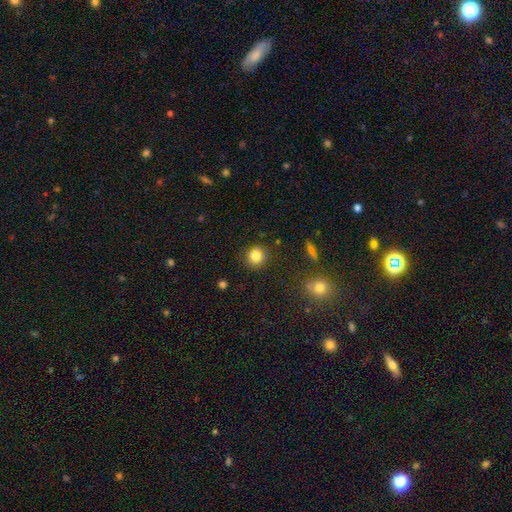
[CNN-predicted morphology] This is clearly a smooth galaxy (83%). How rounded: clearly round (86%). Merging: clearly none (86%).